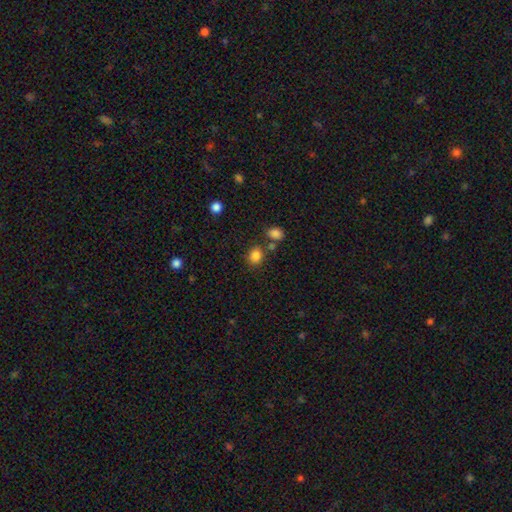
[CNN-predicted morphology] The model was most divided on "how rounded": round: 64%, in between: 35%, cigar-shaped: 1%. More confident: smooth or featured — smooth (84%); merging — none (74%).